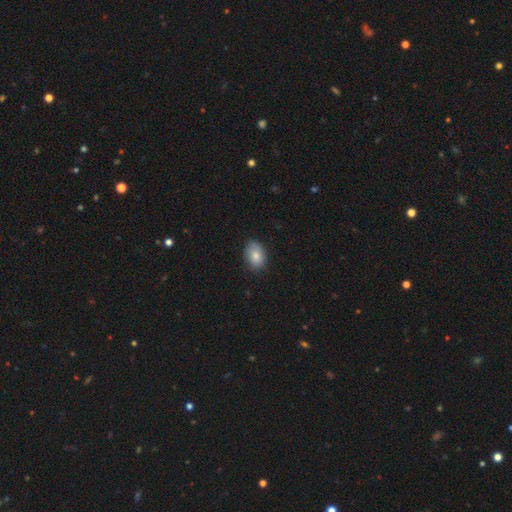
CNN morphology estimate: The model was most divided on "how rounded": in between: 78%, round: 21%, cigar-shaped: 1%. More confident: smooth or featured — smooth (82%); merging — none (79%).